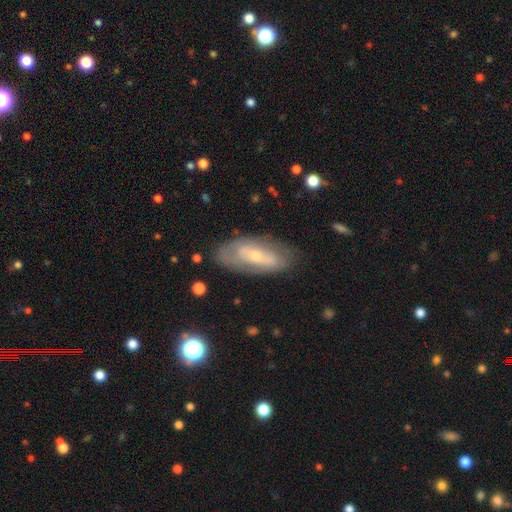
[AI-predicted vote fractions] The model was most divided on "spiral arms" (2-way tie): yes: 50%, no: 50%. More confident: edge-on disk — no (85%); merging — none (72%); smooth or featured — featured or disk (60%); bar — no (57%); bulge size — small (57%).